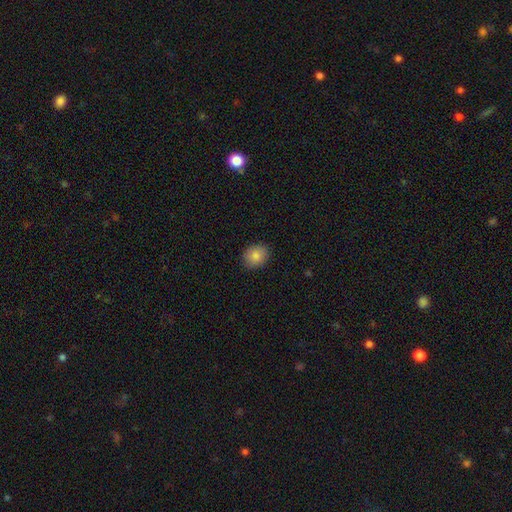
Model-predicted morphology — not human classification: A smooth galaxy with no disk features (85%) that is in between round and cigar-shaped (53%). Merging: none (87%).